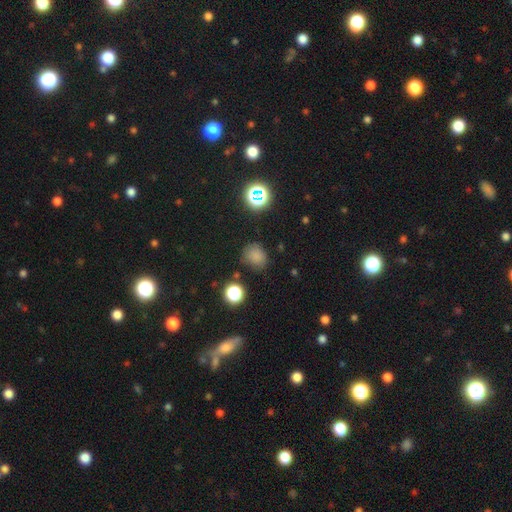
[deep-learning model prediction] smooth_or_featured: smooth (p=0.74) [alt: star or artifact p=0.20]
how_rounded: round (p=0.70) [alt: in between p=0.29]
merging: none (p=0.72) [alt: minor disturbance p=0.19]